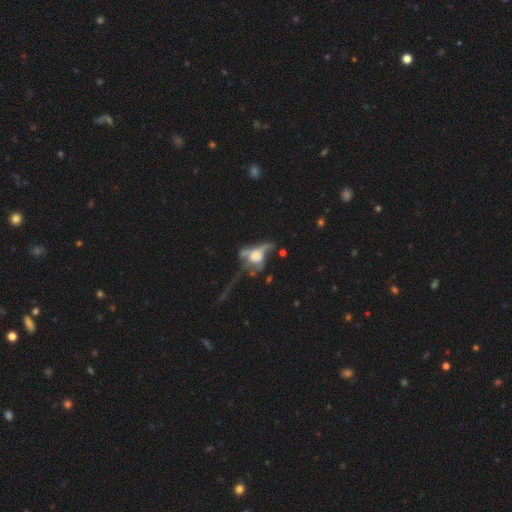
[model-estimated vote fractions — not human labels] Q: Smooth or featured?
A: featured or disk (57%); runner-up: smooth (31%)
Q: Edge-on disk?
A: no (75%); runner-up: yes (25%)
Q: Merging?
A: major disturbance (51%); runner-up: none (19%)